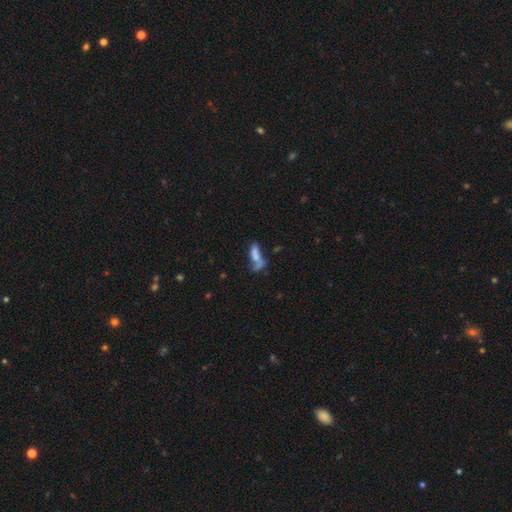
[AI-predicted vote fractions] smooth 63%, featured or disk 24%, star or artifact 13%. Down the decision tree: how rounded — in between (64%); merging — merger (47%).